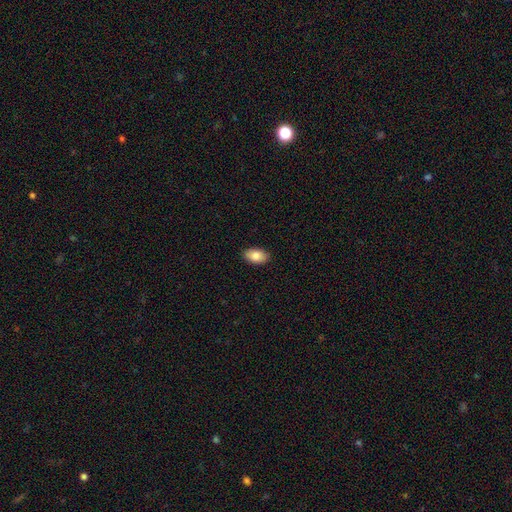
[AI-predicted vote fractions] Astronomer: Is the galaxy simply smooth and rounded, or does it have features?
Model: smooth — 84%.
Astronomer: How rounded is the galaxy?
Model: in between — 93%.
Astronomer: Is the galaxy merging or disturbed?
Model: none — 90%.